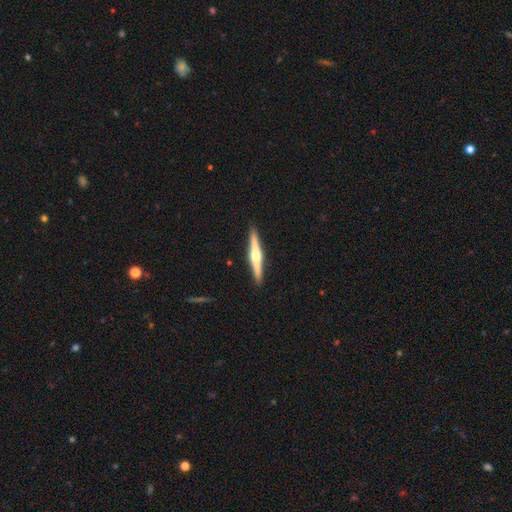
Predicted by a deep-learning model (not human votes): This is likely a featured or disk galaxy (74%). It is clearly viewed edge-on (98%). Edge-on bulge: clearly rounded (91%). Merging: clearly none (92%).